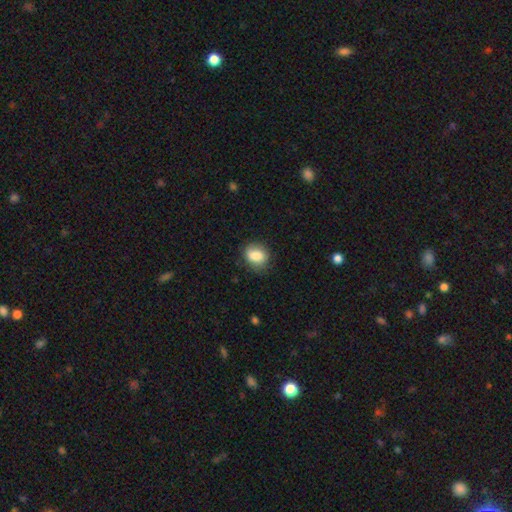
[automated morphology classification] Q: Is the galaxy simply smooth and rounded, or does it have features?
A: smooth — 84%.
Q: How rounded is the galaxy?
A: in between — 51%.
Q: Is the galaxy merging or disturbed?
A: none — 76%.